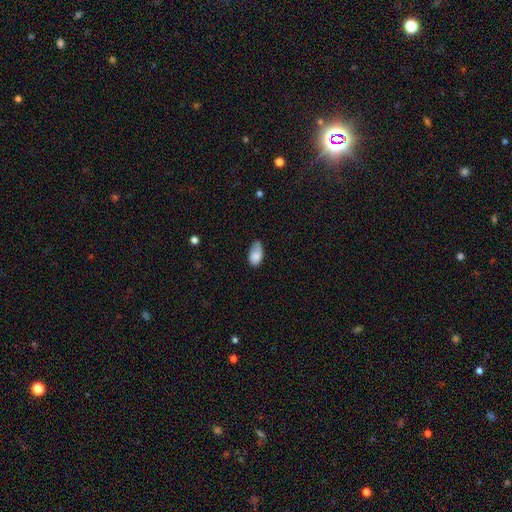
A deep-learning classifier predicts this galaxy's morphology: A smooth galaxy with no disk features (84%) that is in between round and cigar-shaped (94%).

Vote fractions:
- Smooth or featured? smooth: 84% / featured or disk: 9% / star or artifact: 7%
- How rounded? in between: 94% / round: 4% / cigar-shaped: 2%
- Merging? none: 51% / minor disturbance: 37% / major disturbance: 9% / merger: 2%